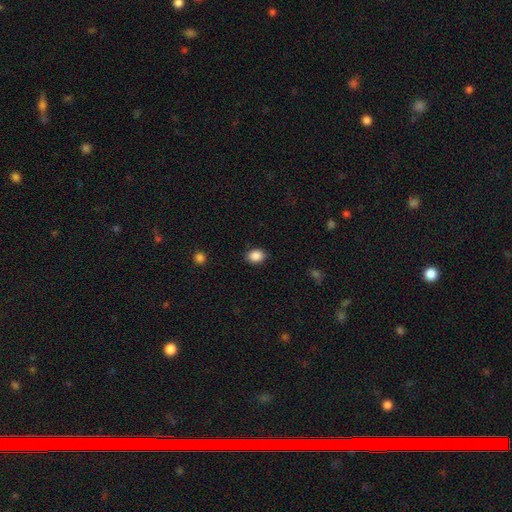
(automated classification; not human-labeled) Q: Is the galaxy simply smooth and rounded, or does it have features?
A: smooth — 88%.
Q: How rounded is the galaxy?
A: in between — 64%.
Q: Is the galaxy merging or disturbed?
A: none — 87%.